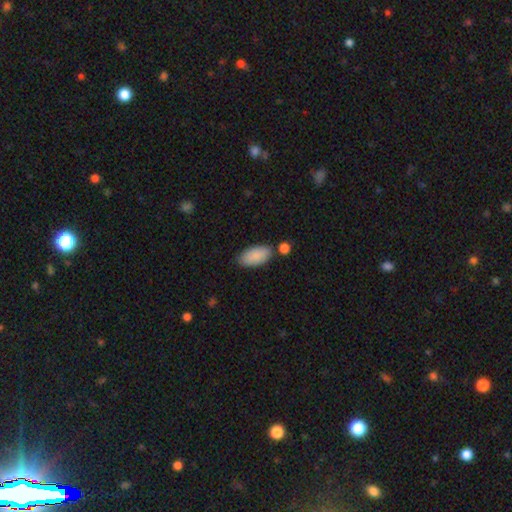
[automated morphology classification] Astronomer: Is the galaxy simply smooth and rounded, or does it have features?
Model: smooth — 88%.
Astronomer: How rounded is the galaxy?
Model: in between — 94%.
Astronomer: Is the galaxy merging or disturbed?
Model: none — 74%.